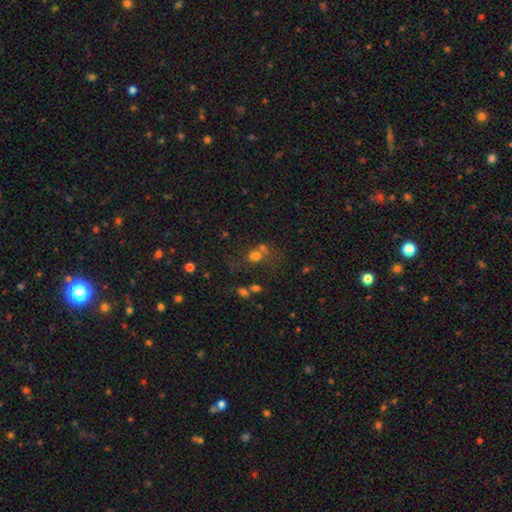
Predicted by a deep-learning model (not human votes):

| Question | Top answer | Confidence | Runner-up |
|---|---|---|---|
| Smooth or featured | smooth | 64% | star or artifact (21%) |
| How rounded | round | 65% | in between (33%) |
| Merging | none | 39% | merger (35%) |